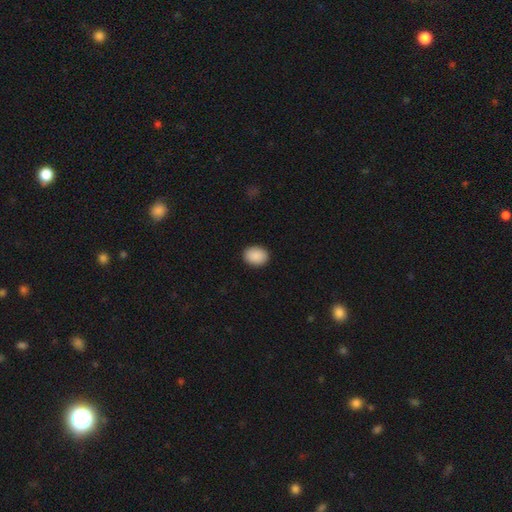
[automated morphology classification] Smooth or featured: smooth — 90% (star or artifact — 7%)
How rounded: in between — 60% (round — 40%)
Merging: none — 91% (minor disturbance — 6%)